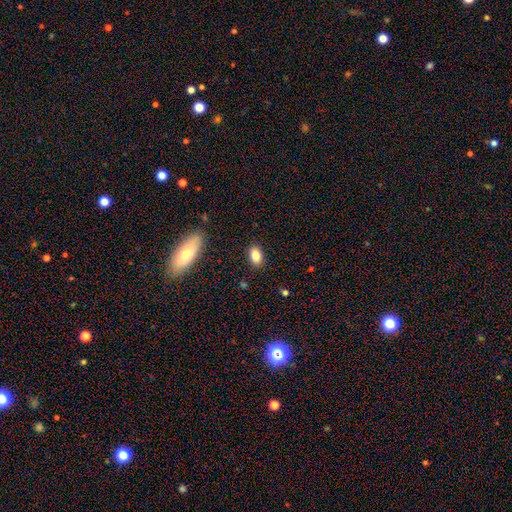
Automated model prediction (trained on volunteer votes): A smooth galaxy with no disk features (83%) that is in between round and cigar-shaped (85%).

Vote fractions:
- Smooth or featured? smooth: 83% / star or artifact: 9% / featured or disk: 8%
- How rounded? in between: 85% / round: 13% / cigar-shaped: 2%
- Merging? none: 87% / minor disturbance: 9% / major disturbance: 2% / merger: 1%